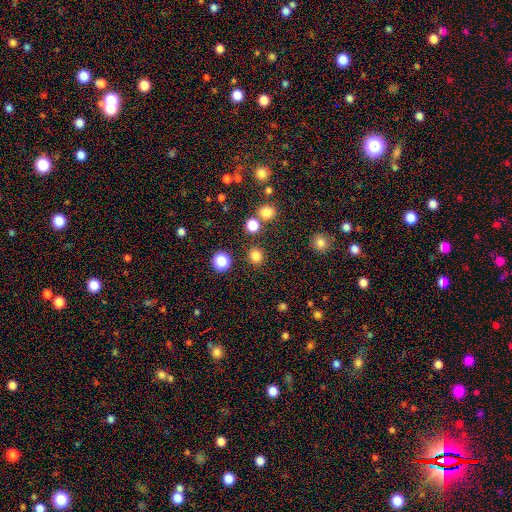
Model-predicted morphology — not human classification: Smooth or featured? Predicted: smooth (p=0.80). How rounded? Predicted: round (p=0.88). Merging? Predicted: none (p=0.86).